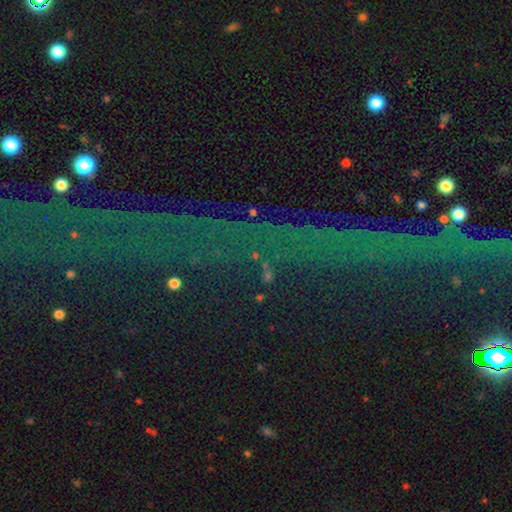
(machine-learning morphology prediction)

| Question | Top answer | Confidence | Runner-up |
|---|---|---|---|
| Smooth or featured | star or artifact | 73% | smooth (15%) |